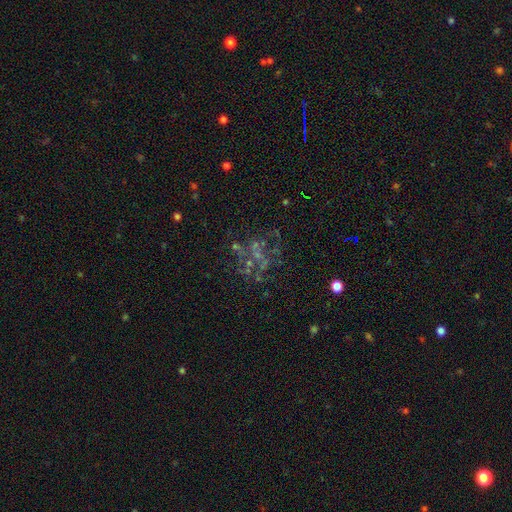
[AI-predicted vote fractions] The model was most divided on "smooth or featured": featured or disk: 55%, star or artifact: 30%, smooth: 15%. More confident: edge-on disk — no (98%); bar — no (89%); spiral arms — no (85%); bulge size — none (74%); merging — none (53%).